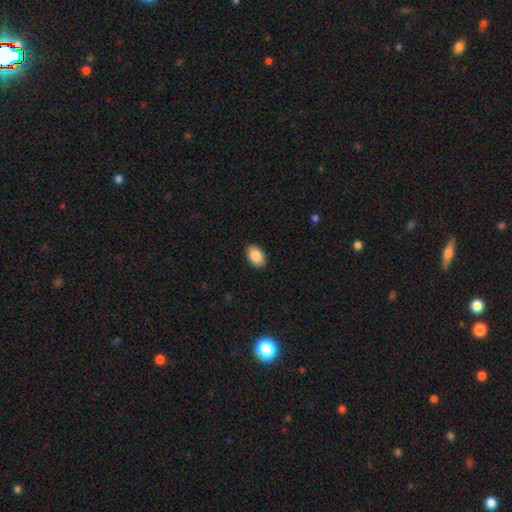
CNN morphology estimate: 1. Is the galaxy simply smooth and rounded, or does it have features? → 87% smooth, 7% star or artifact, 6% featured or disk.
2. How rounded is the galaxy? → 91% in between, 8% round, 1% cigar-shaped.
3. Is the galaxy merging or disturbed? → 90% none, 8% minor disturbance, 2% major disturbance, 1% merger.